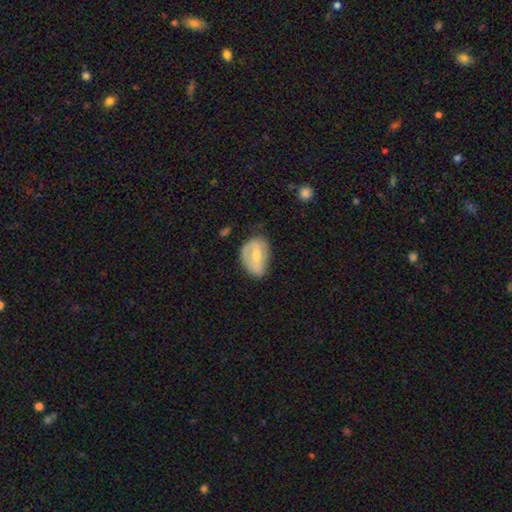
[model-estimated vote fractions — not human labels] The model was most divided on "smooth or featured": featured or disk: 48%, smooth: 45%, star or artifact: 6%. More confident: merging — none (52%).